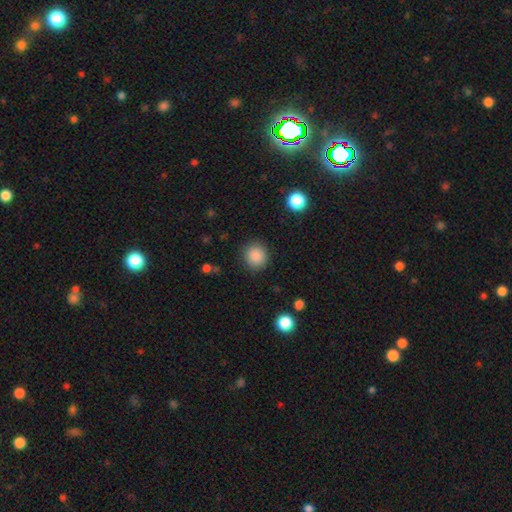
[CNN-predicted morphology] A smooth galaxy with no disk features (87%) that is round (90%).

Vote fractions:
- Smooth or featured? smooth: 87% / star or artifact: 9% / featured or disk: 3%
- How rounded? round: 90% / in between: 9% / cigar-shaped: 1%
- Merging? none: 89% / minor disturbance: 7% / major disturbance: 3% / merger: 1%